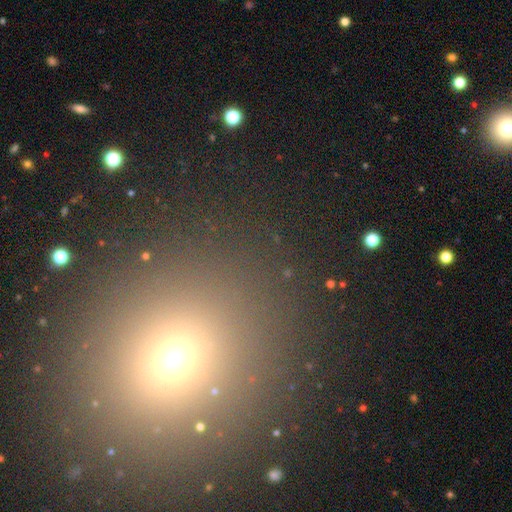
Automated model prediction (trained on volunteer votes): This is possibly a smooth galaxy (53%). How rounded: clearly round (81%). Merging: clearly none (88%).